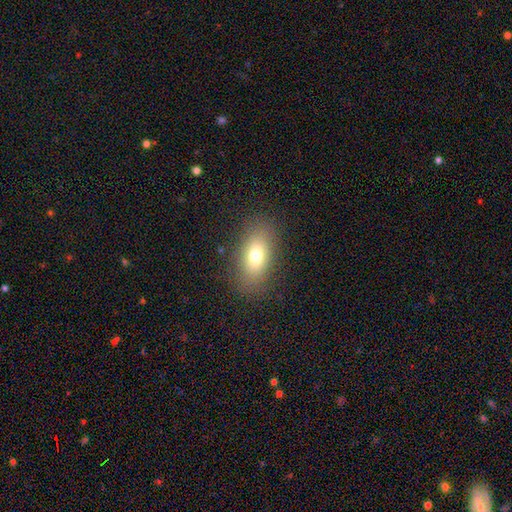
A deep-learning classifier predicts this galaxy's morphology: Smooth or featured? Predicted: smooth (p=0.73). How rounded? Predicted: in between (p=0.85). Merging? Predicted: none (p=0.84).